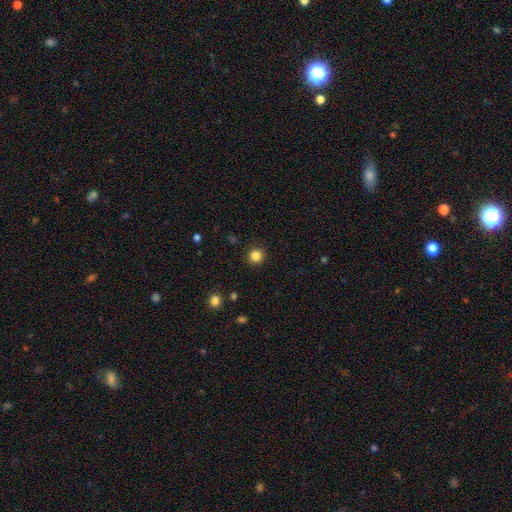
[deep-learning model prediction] Smooth or featured: smooth — 84% (star or artifact — 12%)
How rounded: round — 94% (in between — 5%)
Merging: none — 92% (minor disturbance — 5%)